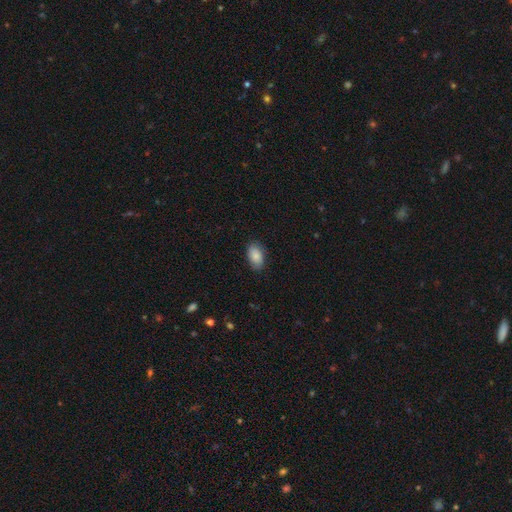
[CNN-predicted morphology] A smooth galaxy with no disk features (86%) that is in between round and cigar-shaped (92%).

Vote fractions:
- Smooth or featured? smooth: 86% / star or artifact: 7% / featured or disk: 7%
- How rounded? in between: 92% / round: 7% / cigar-shaped: 2%
- Merging? none: 83% / minor disturbance: 13% / major disturbance: 3% / merger: 1%